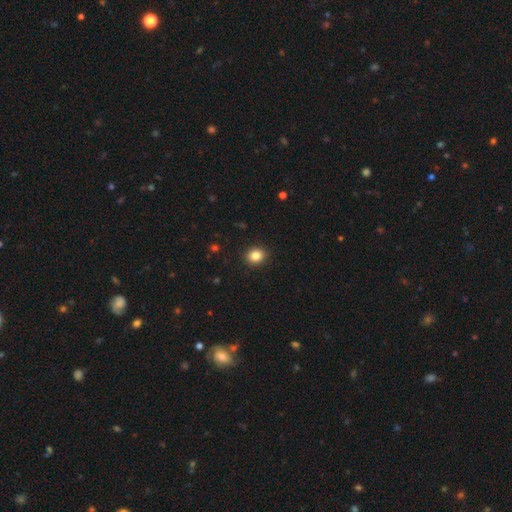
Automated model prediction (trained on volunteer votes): A smooth galaxy with no disk features (85%) that is round (66%). Merging: none (91%).